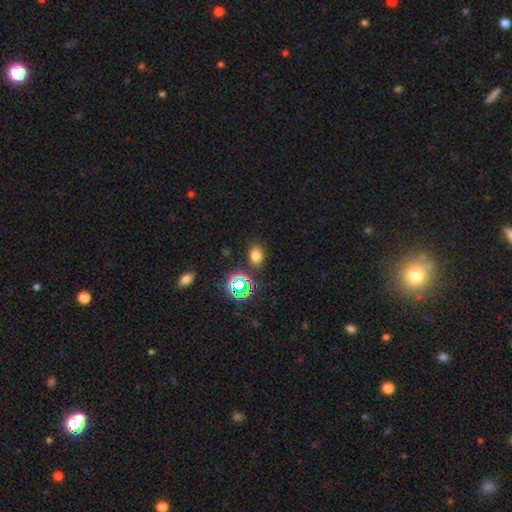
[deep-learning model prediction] This appears to be a smooth galaxy with no disk features (69%) that is in between round and cigar-shaped (63%). Merging: none (81%).